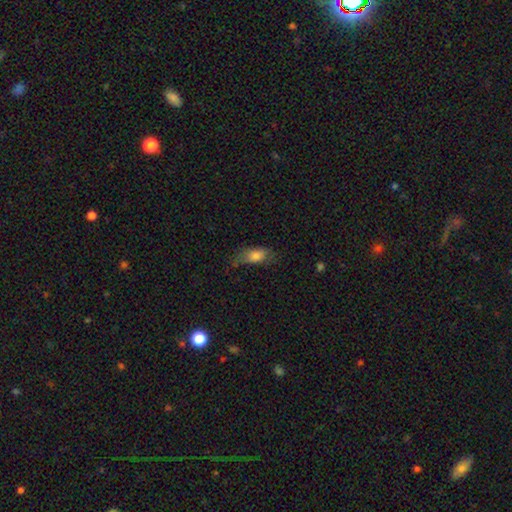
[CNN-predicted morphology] The model was most divided on "merging": none: 52%, minor disturbance: 31%, major disturbance: 15%, merger: 3%. More confident: how rounded — in between (81%); smooth or featured — smooth (77%).